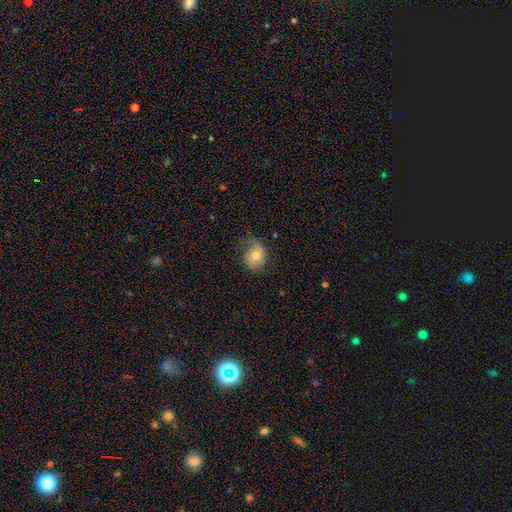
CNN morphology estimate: featured or disk 46% (tied), smooth 46% (tied), star or artifact 8%. Down the decision tree: merging — none (64%).